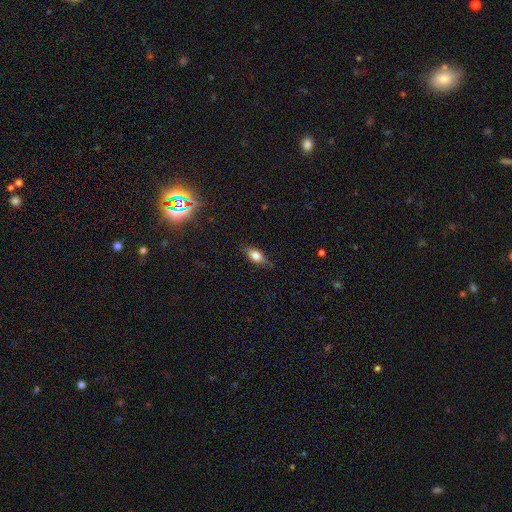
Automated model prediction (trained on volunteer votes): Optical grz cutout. It shows a smooth galaxy with no disk features (75%) that is in between round and cigar-shaped (82%). Merging: none (79%).